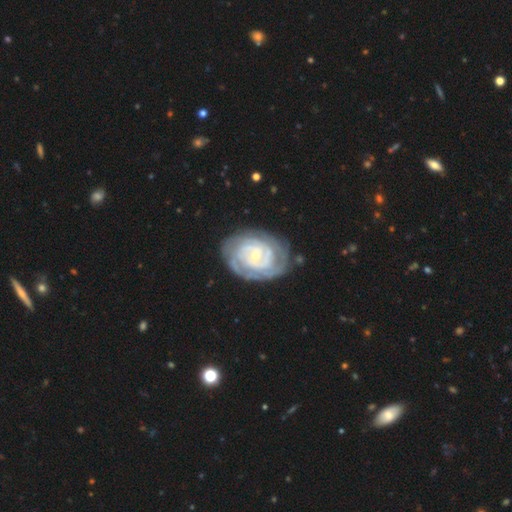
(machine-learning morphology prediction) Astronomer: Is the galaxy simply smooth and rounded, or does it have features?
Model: featured or disk — 86%.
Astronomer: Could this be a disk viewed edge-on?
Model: no — 97%.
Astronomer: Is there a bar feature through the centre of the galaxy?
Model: no — 58%.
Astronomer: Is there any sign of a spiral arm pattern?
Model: yes — 95%.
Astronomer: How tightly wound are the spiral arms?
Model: tight — 77%.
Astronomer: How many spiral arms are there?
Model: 2 — 33% (runner-up: can't tell, 31%).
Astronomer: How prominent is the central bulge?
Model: small — 74%.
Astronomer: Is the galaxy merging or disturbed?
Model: none — 74%.